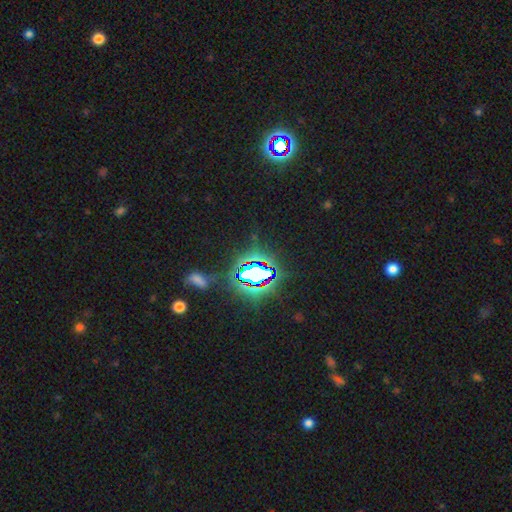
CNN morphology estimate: This appears to be a star or artifact, not a galaxy (83%).